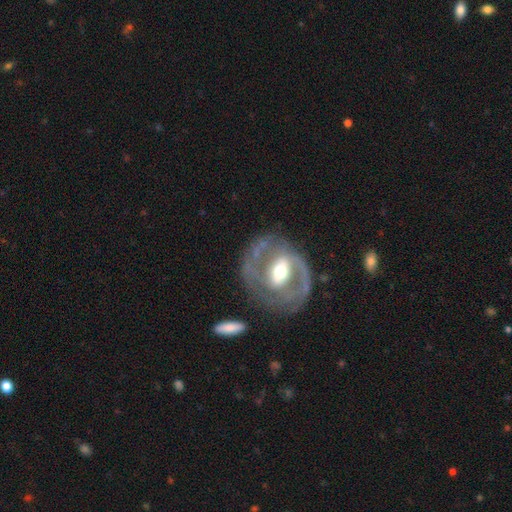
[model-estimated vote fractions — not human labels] A featured or disk galaxy (83%) with a strong bar (39%), 2 (77%) tight (44%) spiral arms (79%) and a moderate central bulge (68%). Merging: none (73%).